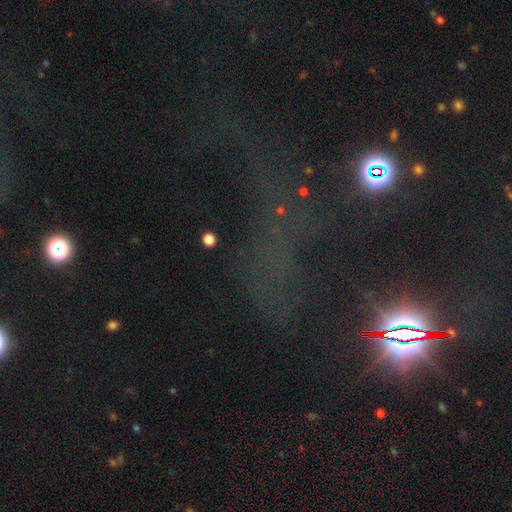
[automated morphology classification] Smooth or featured? star or artifact (69%)